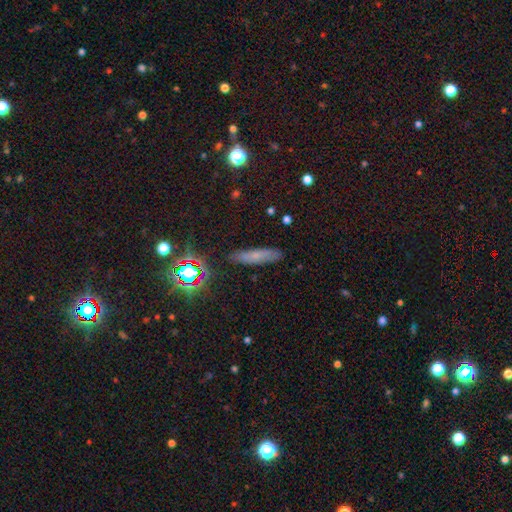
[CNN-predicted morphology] A smooth galaxy with no disk features (57%) that is cigar-shaped (74%). Merging: none (84%).